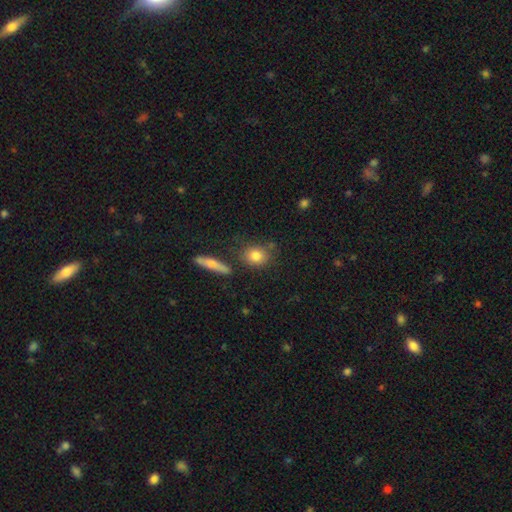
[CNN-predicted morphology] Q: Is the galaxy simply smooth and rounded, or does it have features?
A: smooth — 81%.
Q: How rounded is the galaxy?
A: round — 58%.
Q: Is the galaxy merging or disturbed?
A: none — 73%.